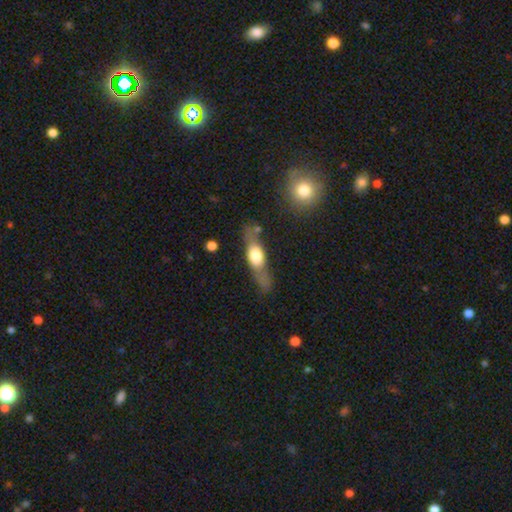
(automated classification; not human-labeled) Smooth or featured? Predicted: featured or disk (p=0.51). Edge-on disk? Predicted: yes (p=0.80). Merging? Predicted: none (p=0.68).